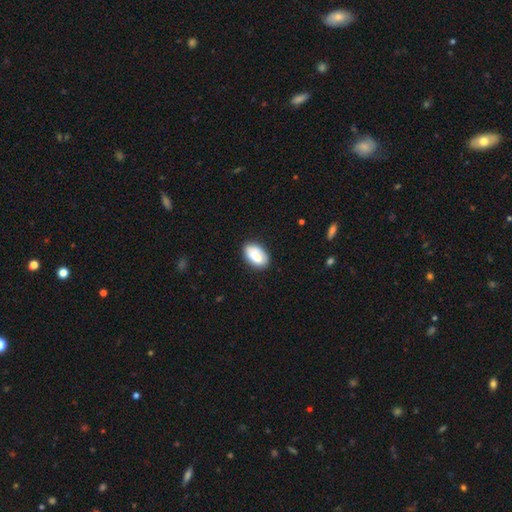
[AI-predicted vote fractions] smooth-or-featured: smooth: 78% | featured or disk: 15% | star or artifact: 7%
  how-rounded: in between: 93% | round: 6% | cigar-shaped: 2%
  merging: none: 75% | minor disturbance: 19% | major disturbance: 4% | merger: 2%